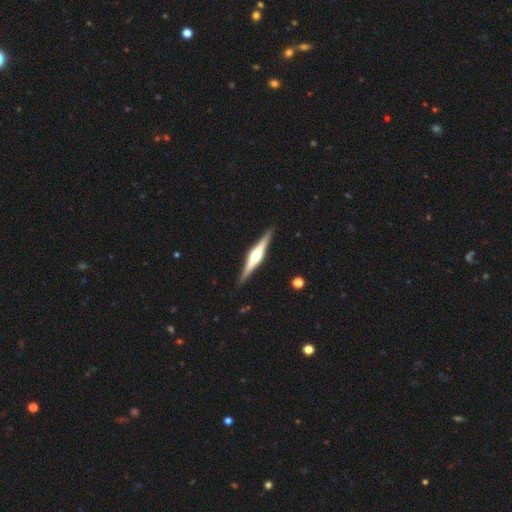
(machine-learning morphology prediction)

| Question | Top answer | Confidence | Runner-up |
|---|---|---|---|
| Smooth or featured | featured or disk | 79% | smooth (16%) |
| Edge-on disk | yes | 98% | no (2%) |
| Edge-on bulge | rounded | 84% | boxy (13%) |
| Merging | none | 91% | minor disturbance (7%) |